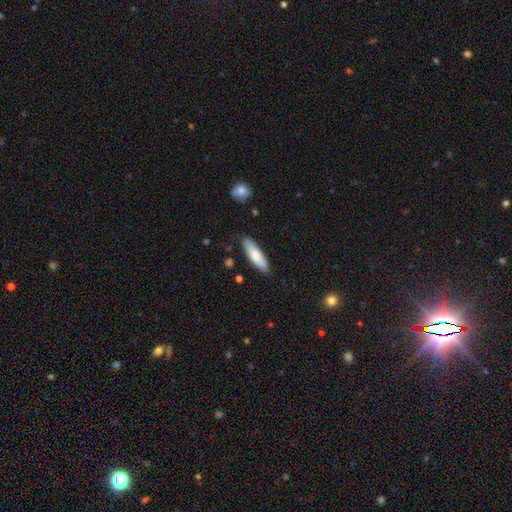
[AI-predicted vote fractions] Smooth or featured? Predicted: smooth (p=0.75). How rounded? Predicted: cigar-shaped (p=0.51). Merging? Predicted: none (p=0.85).